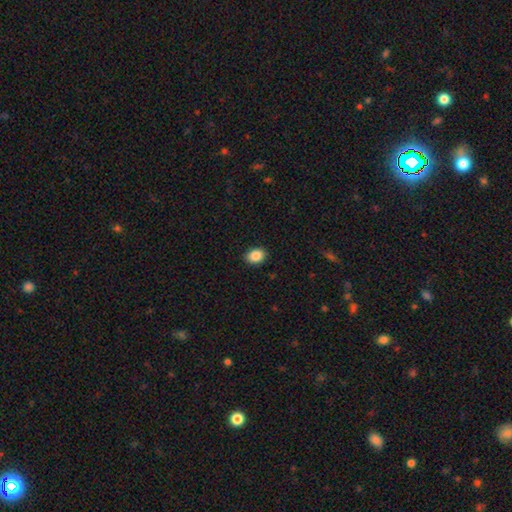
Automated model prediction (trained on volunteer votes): The model was most divided on "how rounded": in between: 67%, round: 32%, cigar-shaped: 1%. More confident: merging — none (89%); smooth or featured — smooth (88%).